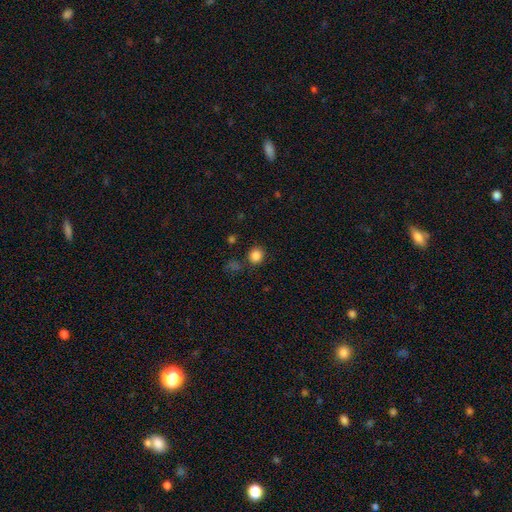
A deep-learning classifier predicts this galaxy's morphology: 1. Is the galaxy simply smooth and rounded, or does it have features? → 84% smooth, 12% star or artifact, 4% featured or disk.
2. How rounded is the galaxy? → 83% round, 16% in between, 1% cigar-shaped.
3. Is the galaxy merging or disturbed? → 83% none, 10% minor disturbance, 4% merger, 3% major disturbance.